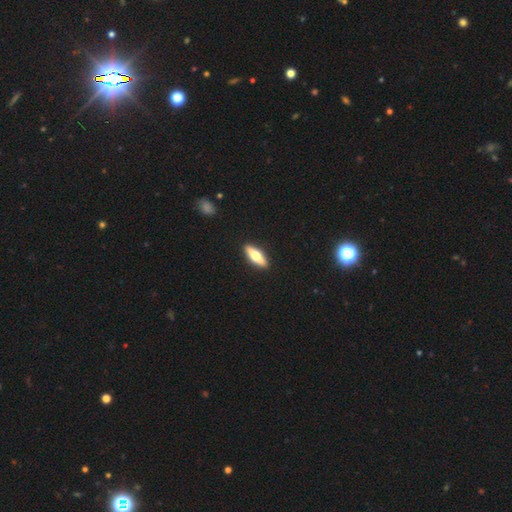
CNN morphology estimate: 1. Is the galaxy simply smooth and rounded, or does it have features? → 55% smooth, 40% featured or disk, 5% star or artifact.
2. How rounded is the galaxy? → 52% cigar-shaped, 46% in between, 2% round.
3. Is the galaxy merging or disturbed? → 91% none, 6% minor disturbance, 1% major disturbance, 1% merger.